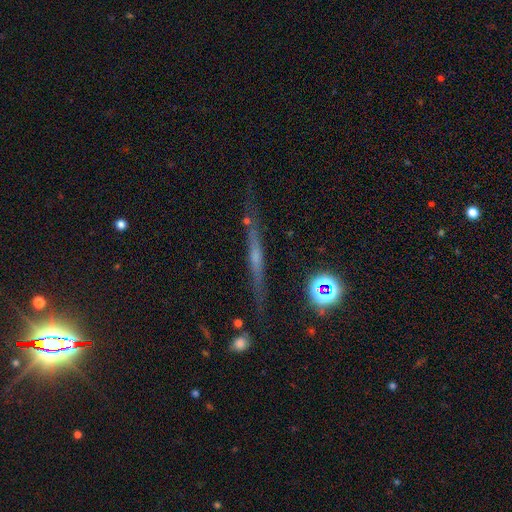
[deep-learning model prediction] Q: Smooth or featured?
A: featured or disk (58%); runner-up: smooth (27%)
Q: Edge-on disk?
A: yes (93%); runner-up: no (7%)
Q: Edge-on bulge?
A: rounded (48%); runner-up: none (38%)
Q: Merging?
A: none (77%); runner-up: minor disturbance (15%)